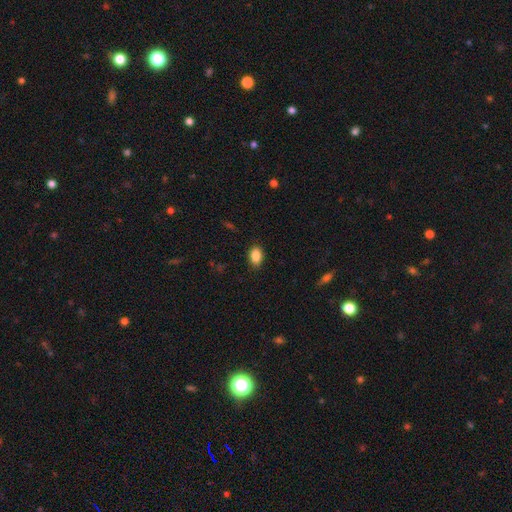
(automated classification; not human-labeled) Overall: smooth (87%). How rounded: in between (82%). Merging: none (86%).